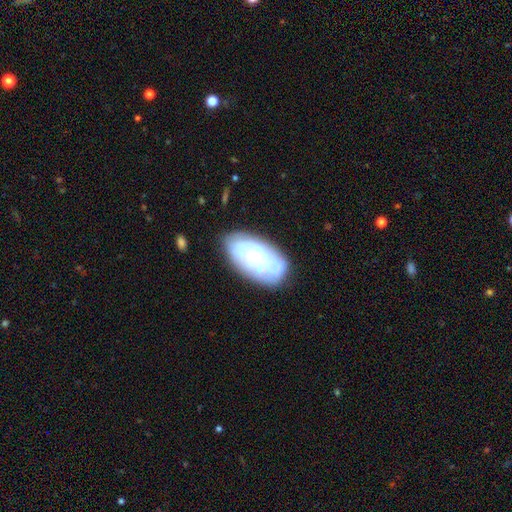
Overall: featured or disk (56%; smooth 38%). Edge-on disk: no (91%). Bar: no (95%). Spiral arms: no (65%; yes 35%). Bulge size: small (65%; moderate 30%). Merging: none (68%).